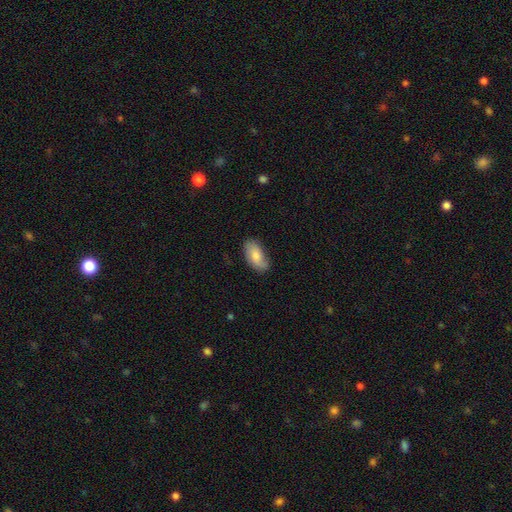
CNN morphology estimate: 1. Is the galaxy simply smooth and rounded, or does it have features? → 73% smooth, 21% featured or disk, 6% star or artifact.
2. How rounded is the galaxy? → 93% in between, 4% cigar-shaped, 3% round.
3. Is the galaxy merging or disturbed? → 75% none, 19% minor disturbance, 4% major disturbance, 1% merger.